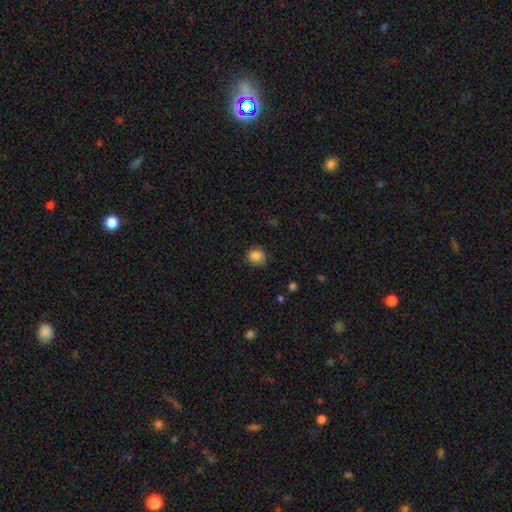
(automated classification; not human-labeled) Smooth or featured?
  - smooth: 86% *
  - star or artifact: 9%
  - featured or disk: 5%
How rounded?
  - round: 78% *
  - in between: 21%
  - cigar-shaped: 1%
Merging?
  - none: 78% *
  - minor disturbance: 17%
  - major disturbance: 3%
  - merger: 1%